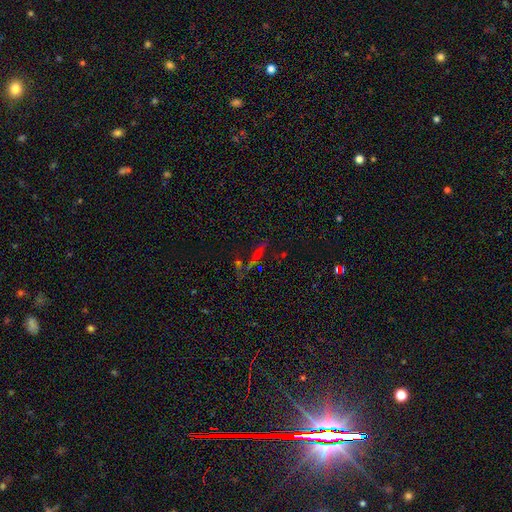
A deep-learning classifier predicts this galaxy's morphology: Smooth or featured? Predicted: star or artifact (p=0.36, tied with featured or disk).